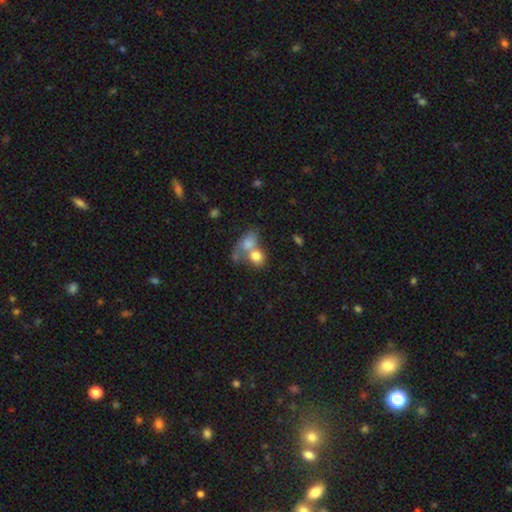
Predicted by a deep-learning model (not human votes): Smooth or featured? Predicted: smooth (p=0.77). How rounded? Predicted: round (p=0.54). Merging? Predicted: merger (p=0.59).